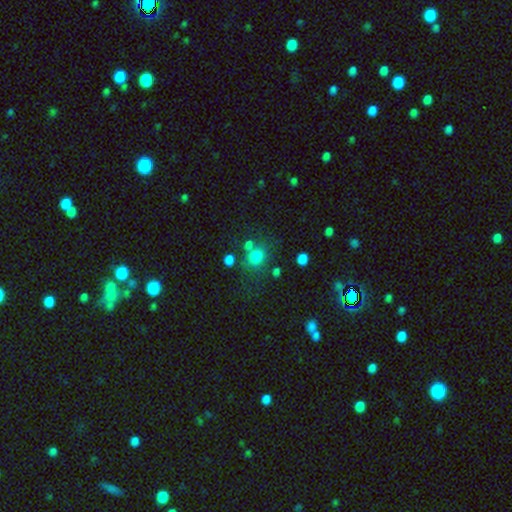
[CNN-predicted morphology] smooth 76%, star or artifact 14%, featured or disk 10%. Down the decision tree: how rounded — round (56%); merging — none (55%).